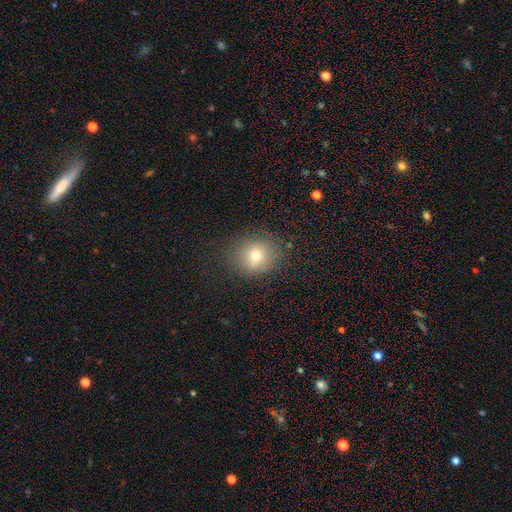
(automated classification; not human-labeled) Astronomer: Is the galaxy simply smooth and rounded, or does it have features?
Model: smooth — 74%.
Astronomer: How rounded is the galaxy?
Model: round — 73%.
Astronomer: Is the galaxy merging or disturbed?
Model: none — 84%.